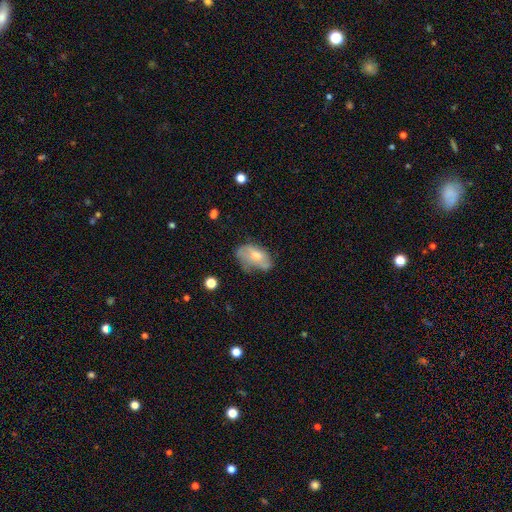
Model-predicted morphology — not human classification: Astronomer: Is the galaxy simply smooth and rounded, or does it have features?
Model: smooth — 53% (runner-up: featured or disk, 39%).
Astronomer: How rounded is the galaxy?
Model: in between — 87%.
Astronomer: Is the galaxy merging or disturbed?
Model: none — 40% (runner-up: minor disturbance, 36%).